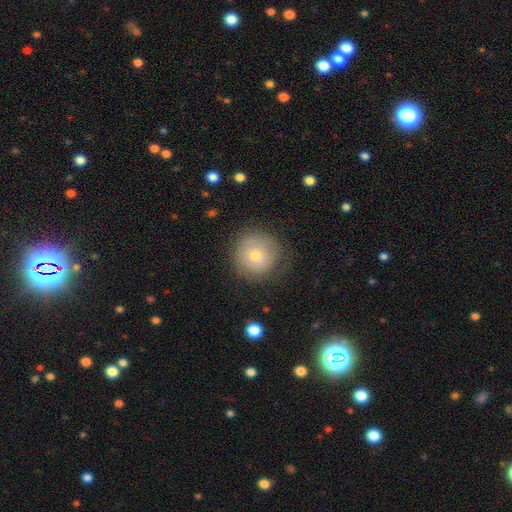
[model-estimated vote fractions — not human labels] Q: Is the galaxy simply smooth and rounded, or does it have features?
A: smooth — 66%.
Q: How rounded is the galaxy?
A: round — 93%.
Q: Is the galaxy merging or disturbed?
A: none — 74%.